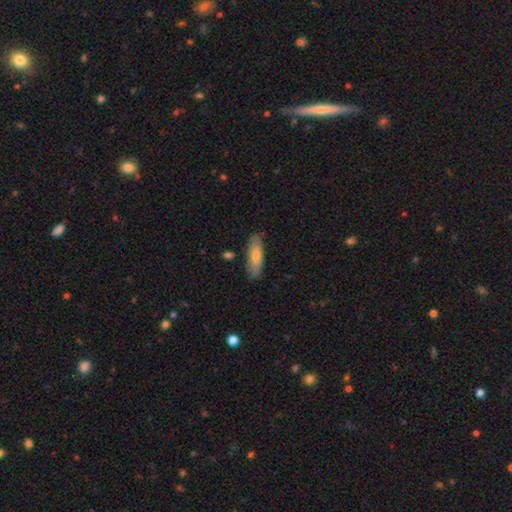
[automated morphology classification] Q: Smooth or featured?
A: smooth (68%); runner-up: featured or disk (26%)
Q: How rounded?
A: cigar-shaped (51%); runner-up: in between (47%)
Q: Merging?
A: none (84%); runner-up: minor disturbance (12%)